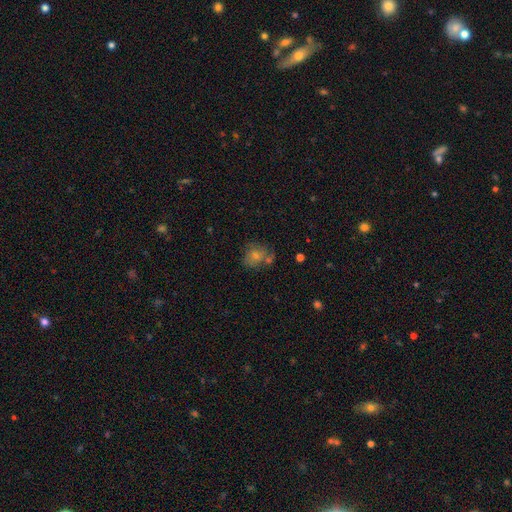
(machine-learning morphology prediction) This is possibly a smooth galaxy (49%). Merging: likely none (66%).